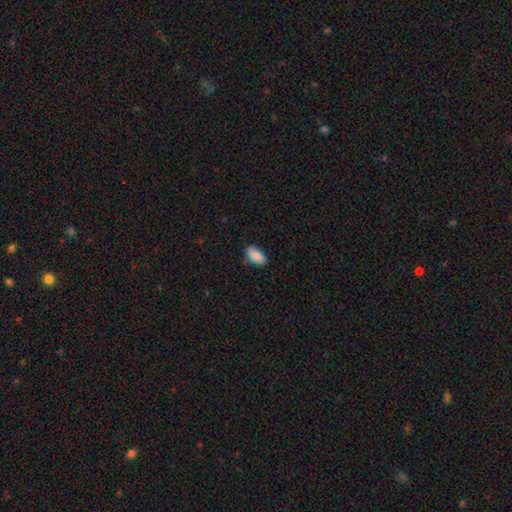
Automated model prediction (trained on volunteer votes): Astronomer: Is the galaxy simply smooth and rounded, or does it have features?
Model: smooth — 89%.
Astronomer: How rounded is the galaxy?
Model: in between — 93%.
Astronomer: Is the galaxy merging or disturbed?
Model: none — 81%.